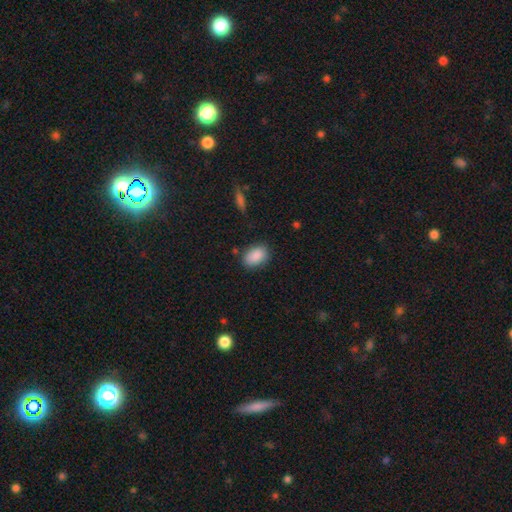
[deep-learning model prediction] Q: Smooth or featured?
A: smooth (88%); runner-up: star or artifact (7%)
Q: How rounded?
A: in between (85%); runner-up: round (14%)
Q: Merging?
A: none (79%); runner-up: minor disturbance (15%)